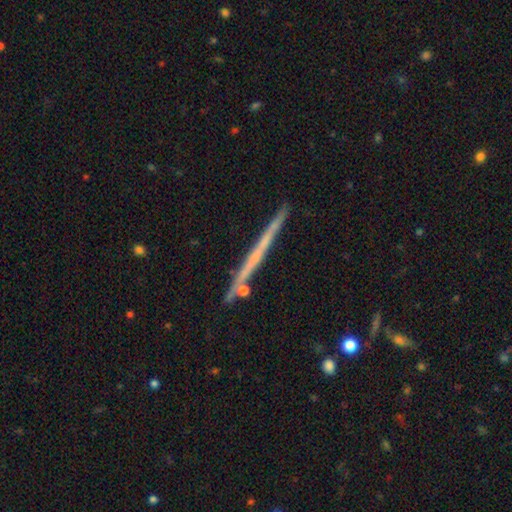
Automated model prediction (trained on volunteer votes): smooth-or-featured: featured or disk: 58% | smooth: 35% | star or artifact: 7%
  disk-edge-on: yes: 97% | no: 3%
    edge-on-bulge: none: 89% | rounded: 8% | boxy: 3%
  merging: none: 87% | minor disturbance: 8% | merger: 3% | major disturbance: 2%